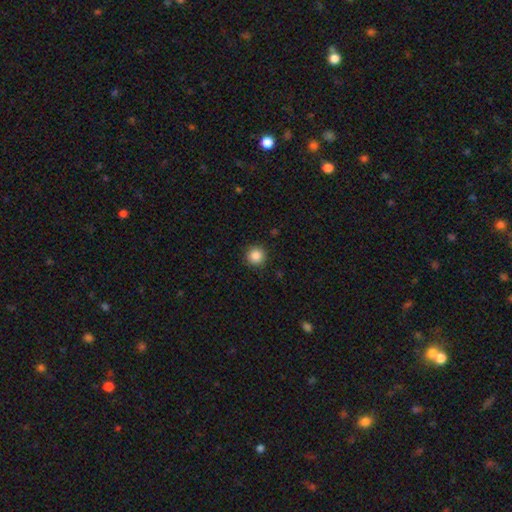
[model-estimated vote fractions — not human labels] This is clearly a smooth galaxy (86%). How rounded: clearly round (95%). Merging: clearly none (91%).